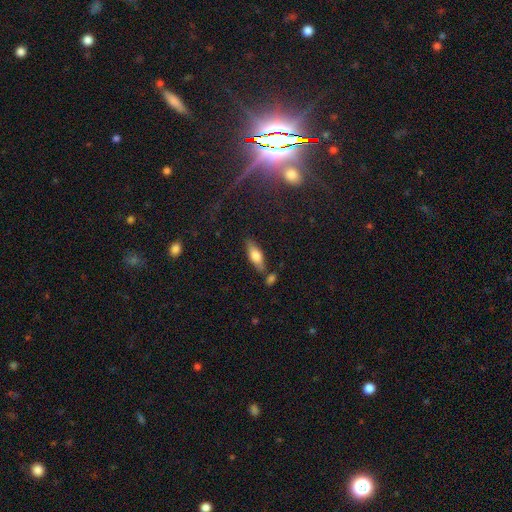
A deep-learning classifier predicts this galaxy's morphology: This is likely a smooth galaxy (65%). How rounded: possibly in between (59%). Merging: likely none (74%).